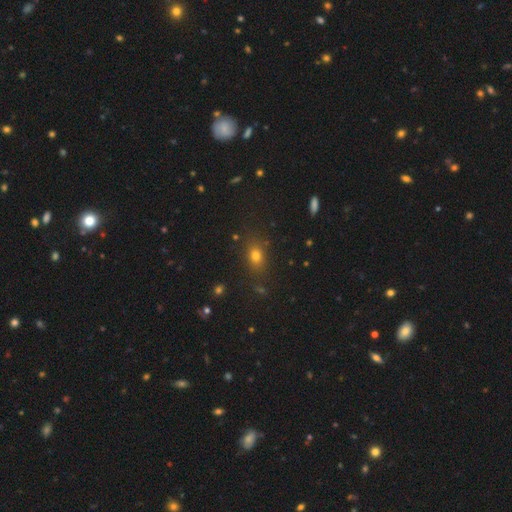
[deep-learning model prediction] Overall: smooth (72%). How rounded: in between (62%; round 35%). Merging: none (82%).